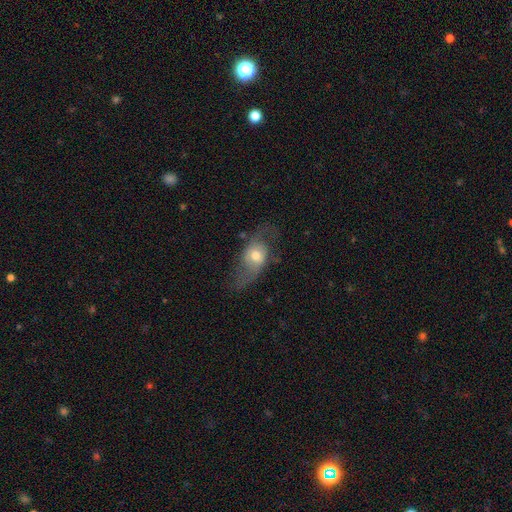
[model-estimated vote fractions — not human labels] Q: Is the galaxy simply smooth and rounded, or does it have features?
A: featured or disk — 59%.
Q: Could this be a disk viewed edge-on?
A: no — 86%.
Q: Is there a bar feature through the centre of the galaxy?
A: no — 73%.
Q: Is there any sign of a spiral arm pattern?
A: yes — 69%.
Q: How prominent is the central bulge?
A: moderate — 67%.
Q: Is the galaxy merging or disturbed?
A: none — 56%.